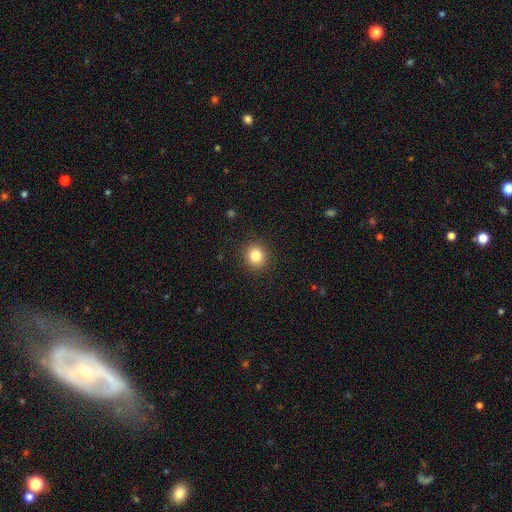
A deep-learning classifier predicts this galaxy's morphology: Smooth or featured?
  - smooth: 83% *
  - star or artifact: 11%
  - featured or disk: 6%
How rounded?
  - round: 88% *
  - in between: 11%
  - cigar-shaped: 1%
Merging?
  - none: 91% *
  - minor disturbance: 6%
  - major disturbance: 2%
  - merger: 1%